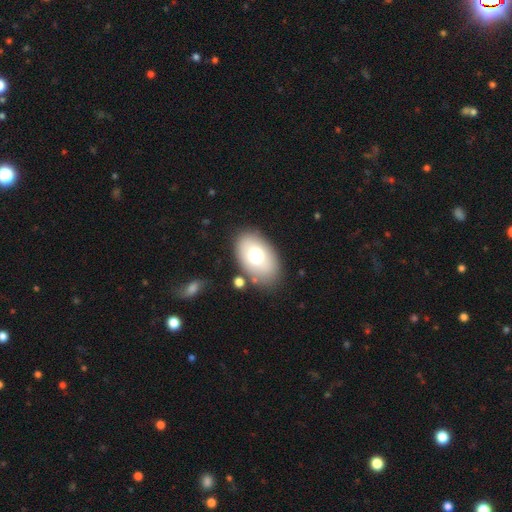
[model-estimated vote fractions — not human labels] Smooth or featured?
  - smooth: 70% *
  - featured or disk: 21%
  - star or artifact: 9%
How rounded?
  - in between: 88% *
  - round: 11%
  - cigar-shaped: 1%
Merging?
  - none: 80% *
  - minor disturbance: 12%
  - major disturbance: 5%
  - merger: 4%